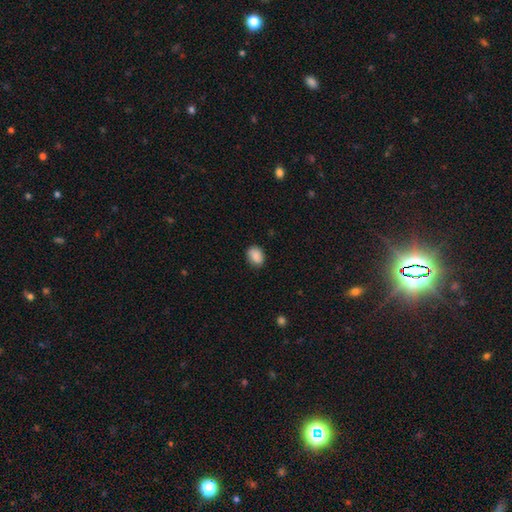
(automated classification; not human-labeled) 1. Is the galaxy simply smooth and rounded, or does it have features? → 88% smooth, 8% star or artifact, 4% featured or disk.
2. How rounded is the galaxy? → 66% in between, 33% round, 1% cigar-shaped.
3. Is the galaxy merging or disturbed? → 82% none, 14% minor disturbance, 3% major disturbance, 1% merger.